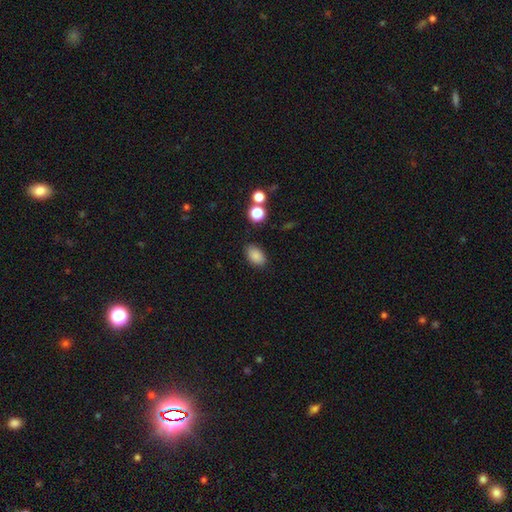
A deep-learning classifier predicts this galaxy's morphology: Q: Smooth or featured?
A: smooth (85%); runner-up: star or artifact (10%)
Q: How rounded?
A: in between (87%); runner-up: round (12%)
Q: Merging?
A: none (85%); runner-up: minor disturbance (10%)